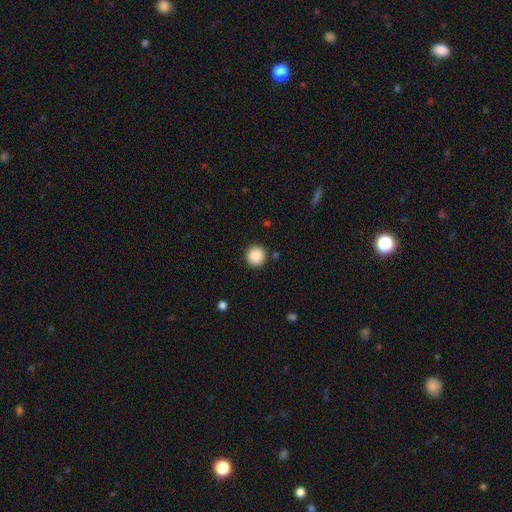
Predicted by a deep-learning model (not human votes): This appears to be a smooth galaxy with no disk features (88%) that is round (95%). Merging: none (91%).